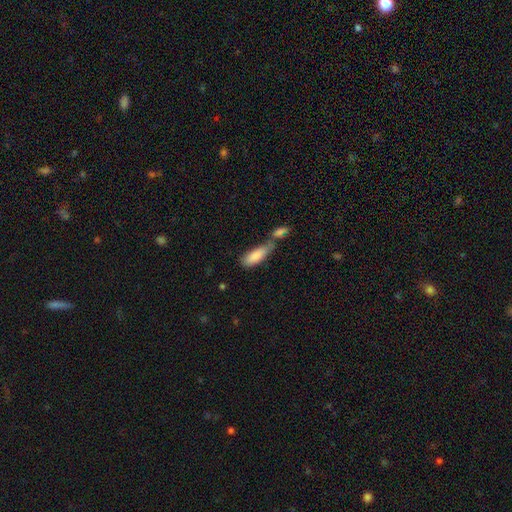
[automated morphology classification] Overall: smooth (84%). How rounded: in between (64%; cigar-shaped 35%). Merging: merger (53%; none 26%).